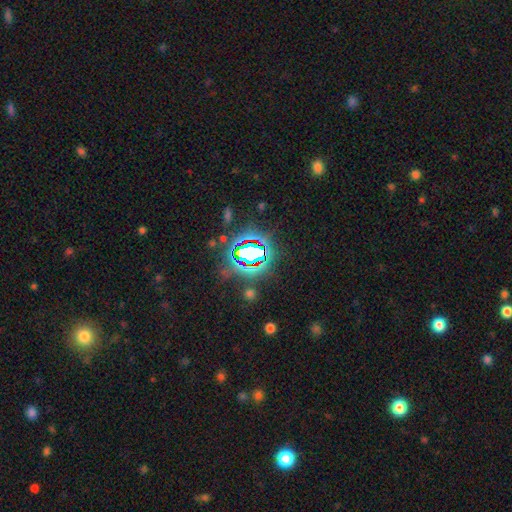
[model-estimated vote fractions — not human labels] smooth-or-featured: star or artifact: 73% | smooth: 16% | featured or disk: 10%